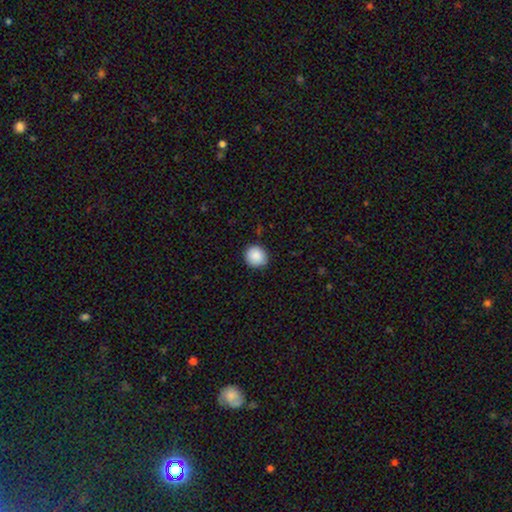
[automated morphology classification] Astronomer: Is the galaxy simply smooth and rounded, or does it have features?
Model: smooth — 88%.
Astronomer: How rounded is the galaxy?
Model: round — 85%.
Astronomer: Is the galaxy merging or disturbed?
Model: none — 87%.